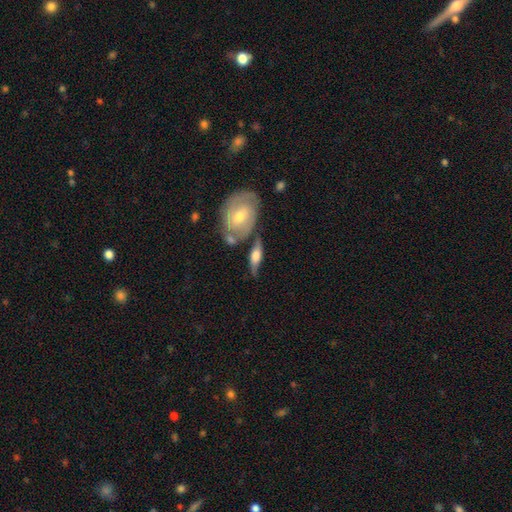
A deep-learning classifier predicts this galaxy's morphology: smooth_or_featured: featured or disk (p=0.56) [alt: smooth p=0.38]
disk_edge_on: yes (p=0.70) [alt: no p=0.30]
merging: none (p=0.57) [alt: minor disturbance p=0.20]